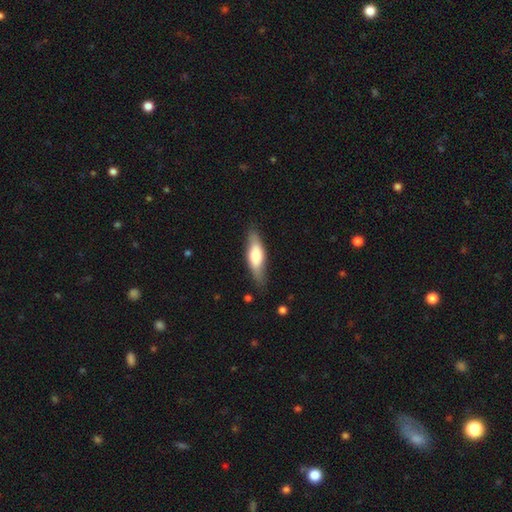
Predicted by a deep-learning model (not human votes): A smooth galaxy with no disk features (58%) that is cigar-shaped (52%).

Vote fractions:
- Smooth or featured? smooth: 58% / featured or disk: 36% / star or artifact: 5%
- How rounded? cigar-shaped: 52% / in between: 46% / round: 2%
- Merging? none: 80% / minor disturbance: 15% / major disturbance: 3% / merger: 2%